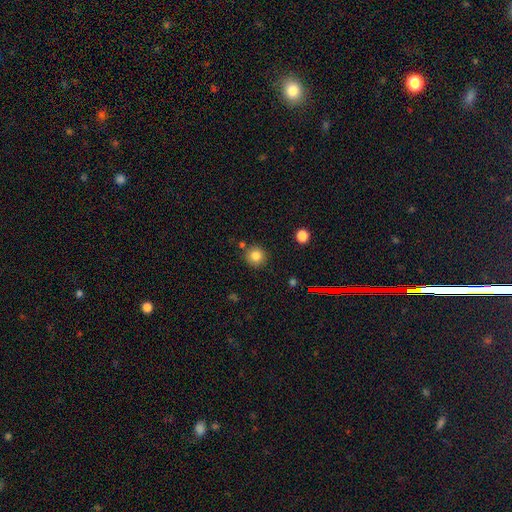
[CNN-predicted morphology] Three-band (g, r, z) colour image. It shows a smooth galaxy with no disk features (82%) that is round (94%). Merging: none (85%).